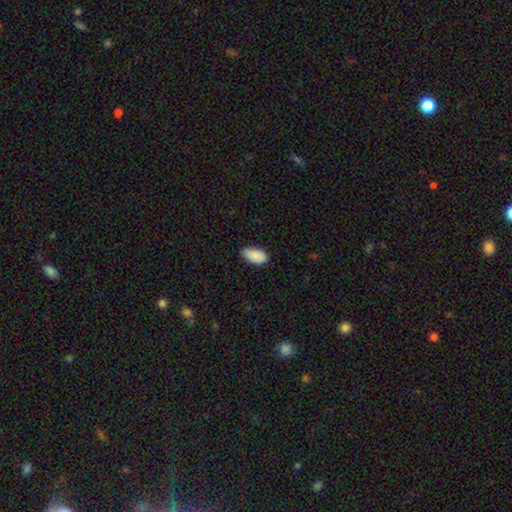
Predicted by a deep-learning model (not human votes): smooth 88%, star or artifact 7%, featured or disk 5%. Down the decision tree: how rounded — in between (95%); merging — none (71%).